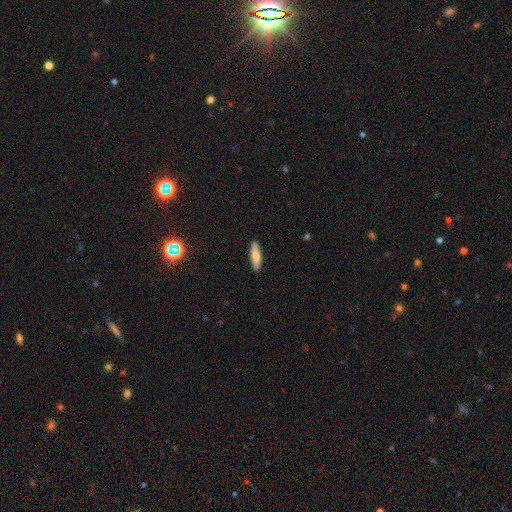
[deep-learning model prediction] Overall: smooth (74%). How rounded: cigar-shaped (71%). Merging: none (89%).